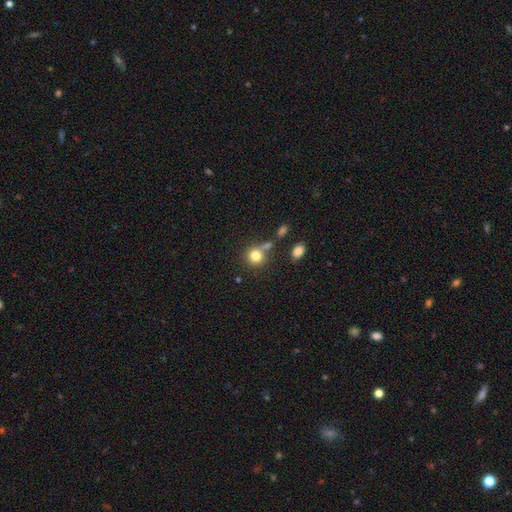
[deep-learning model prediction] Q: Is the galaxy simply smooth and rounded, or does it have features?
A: smooth — 80%.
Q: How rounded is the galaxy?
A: round — 86%.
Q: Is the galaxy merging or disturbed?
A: none — 63%.